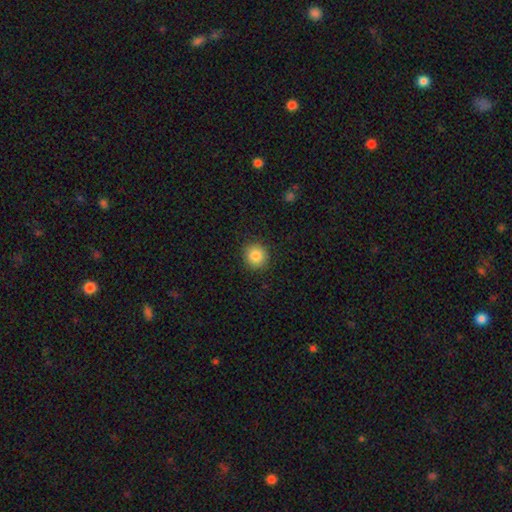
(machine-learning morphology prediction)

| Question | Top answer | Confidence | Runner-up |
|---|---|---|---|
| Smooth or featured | smooth | 85% | star or artifact (10%) |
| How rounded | round | 89% | in between (10%) |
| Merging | none | 91% | minor disturbance (6%) |